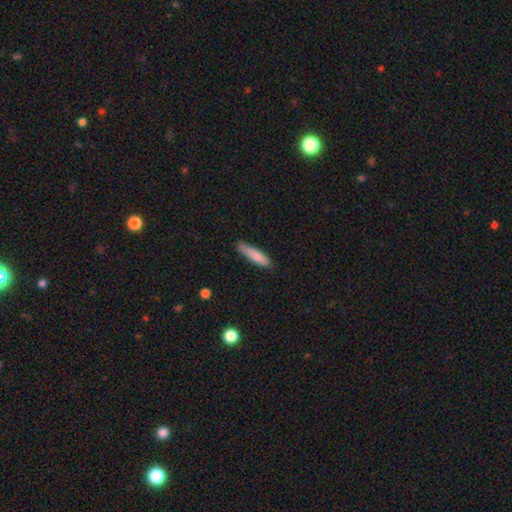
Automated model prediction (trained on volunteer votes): smooth 83%, featured or disk 11%, star or artifact 6%. Down the decision tree: how rounded — cigar-shaped (79%); merging — none (72%).